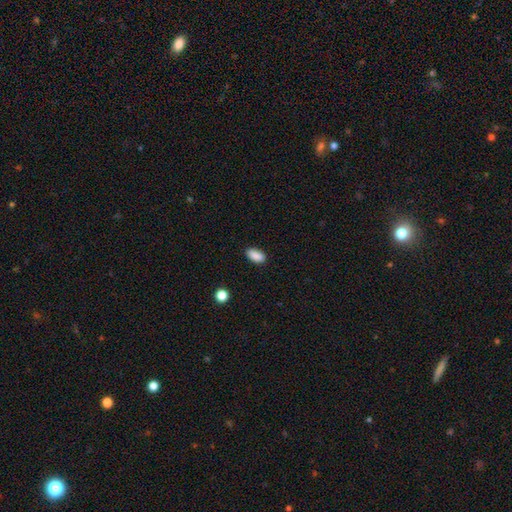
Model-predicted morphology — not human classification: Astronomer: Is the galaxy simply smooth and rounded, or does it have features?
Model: smooth — 89%.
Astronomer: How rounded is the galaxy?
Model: in between — 92%.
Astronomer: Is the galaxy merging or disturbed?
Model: none — 86%.